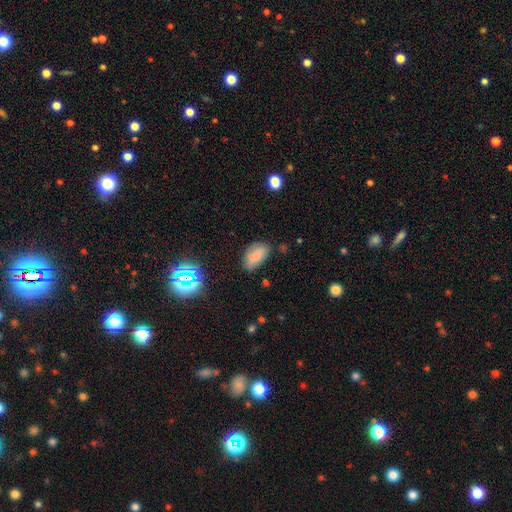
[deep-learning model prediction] A smooth galaxy with no disk features (70%) that is in between round and cigar-shaped (91%). Merging: none (63%).